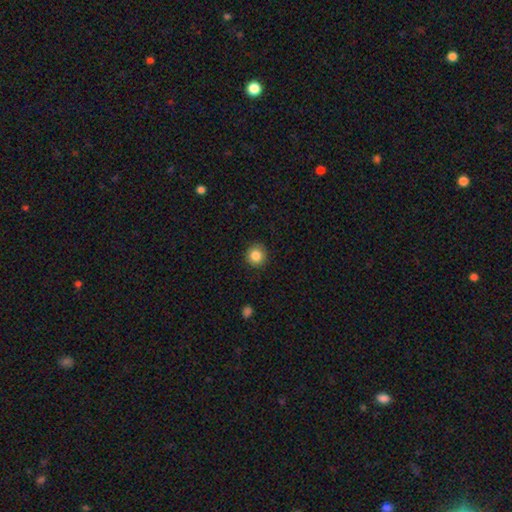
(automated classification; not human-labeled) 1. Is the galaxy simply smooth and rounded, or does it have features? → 86% smooth, 10% star or artifact, 5% featured or disk.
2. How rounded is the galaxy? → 90% round, 9% in between, 1% cigar-shaped.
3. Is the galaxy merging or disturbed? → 88% none, 8% minor disturbance, 2% major disturbance, 1% merger.